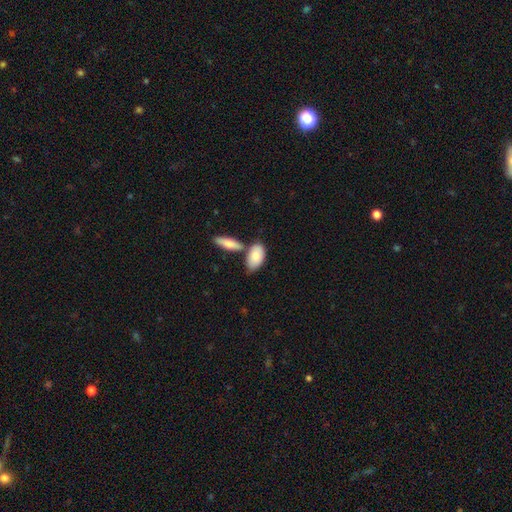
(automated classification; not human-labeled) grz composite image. It shows a smooth galaxy with no disk features (81%) that is in between round and cigar-shaped (92%). Merging: none (53%).